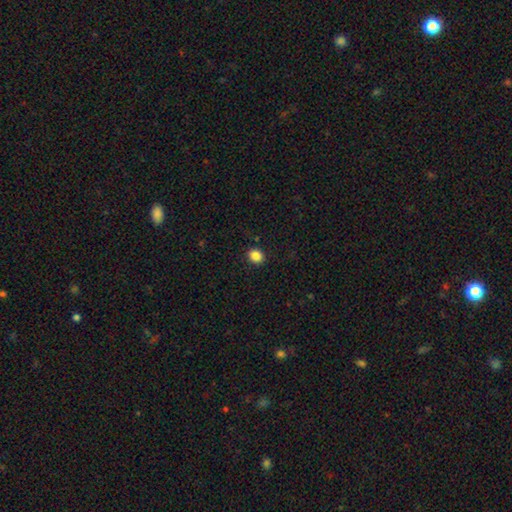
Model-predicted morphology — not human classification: Smooth or featured? Predicted: smooth (p=0.86). How rounded? Predicted: round (p=0.67). Merging? Predicted: none (p=0.90).